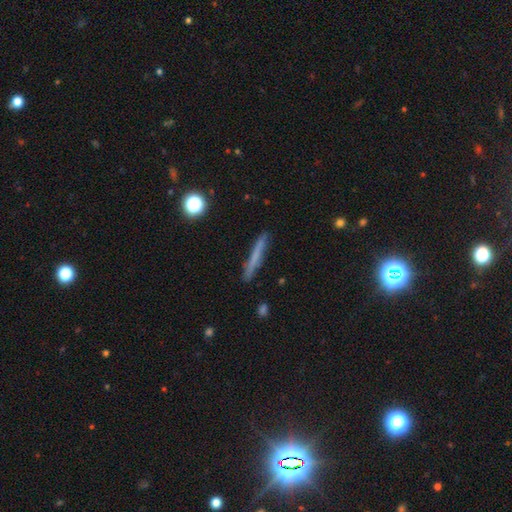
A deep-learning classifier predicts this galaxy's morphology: Smooth or featured?
  - smooth: 60% *
  - featured or disk: 31%
  - star or artifact: 8%
How rounded?
  - cigar-shaped: 95% *
  - in between: 3%
  - round: 2%
Merging?
  - none: 88% *
  - minor disturbance: 8%
  - major disturbance: 2%
  - merger: 1%